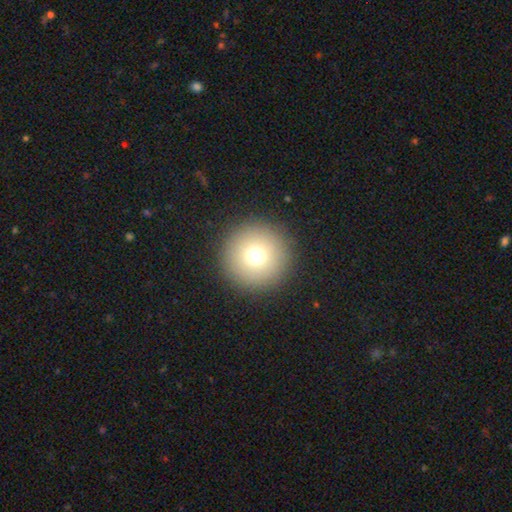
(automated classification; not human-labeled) smooth_or_featured: smooth (p=0.72) [alt: star or artifact p=0.16]
how_rounded: round (p=0.97) [alt: in between p=0.02]
merging: none (p=0.92) [alt: minor disturbance p=0.05]